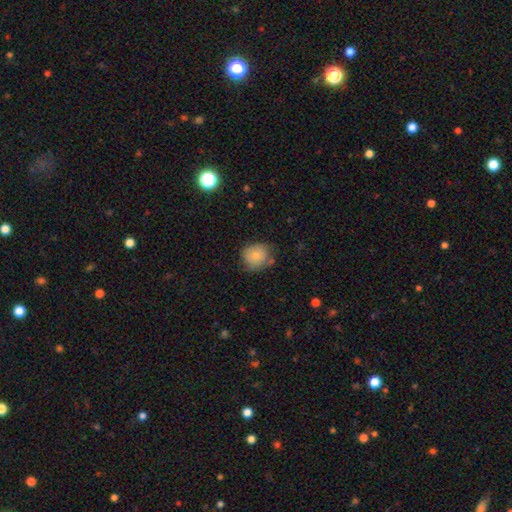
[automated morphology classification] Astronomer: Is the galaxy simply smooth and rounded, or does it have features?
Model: smooth — 81%.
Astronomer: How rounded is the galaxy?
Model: round — 79%.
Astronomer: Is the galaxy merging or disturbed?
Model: none — 65%.